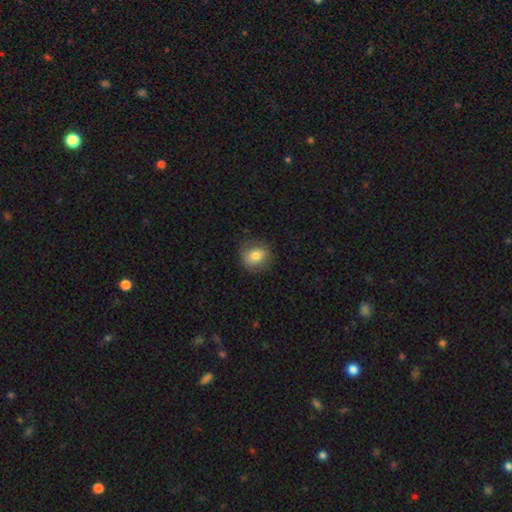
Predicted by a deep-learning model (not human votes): Smooth or featured? smooth (74%)
How rounded? round (68%)
Merging? none (79%)